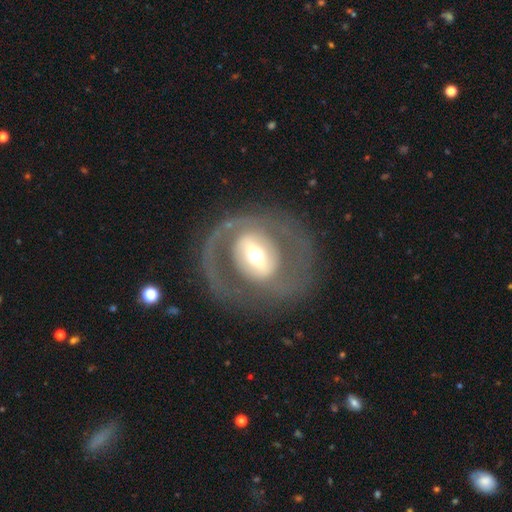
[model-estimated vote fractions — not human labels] Smooth or featured? Predicted: featured or disk (p=0.73). Edge-on disk? Predicted: no (p=0.94). Bar? Predicted: strong (p=0.45). Spiral arms? Predicted: no (p=0.53). Bulge size? Predicted: moderate (p=0.58). Merging? Predicted: none (p=0.73).